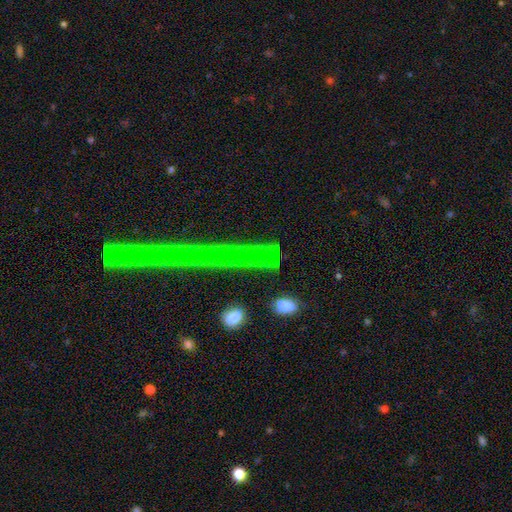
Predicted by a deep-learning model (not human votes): Morphology: type=star or artifact (58%).